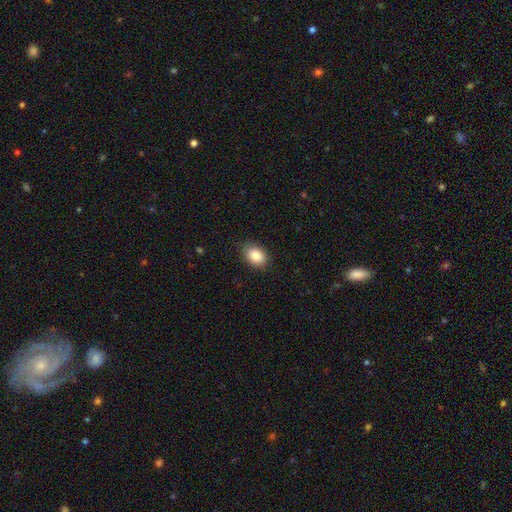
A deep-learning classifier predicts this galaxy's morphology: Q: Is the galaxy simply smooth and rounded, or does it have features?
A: smooth — 86%.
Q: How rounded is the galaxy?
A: in between — 82%.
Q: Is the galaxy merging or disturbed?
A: none — 86%.